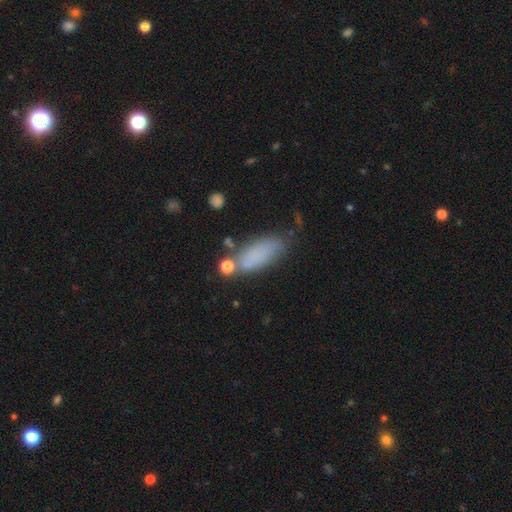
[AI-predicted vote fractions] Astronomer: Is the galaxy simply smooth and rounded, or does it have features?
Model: smooth — 78%.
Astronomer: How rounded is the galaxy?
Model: in between — 71%.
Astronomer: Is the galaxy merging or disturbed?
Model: none — 58%.